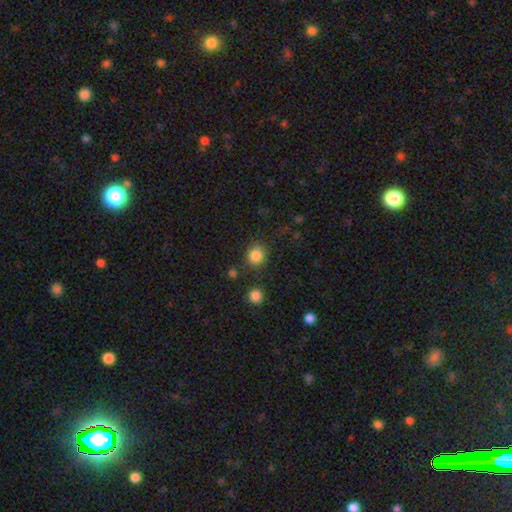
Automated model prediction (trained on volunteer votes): This appears to be a smooth galaxy with no disk features (85%) that is round (83%). Merging: none (81%).